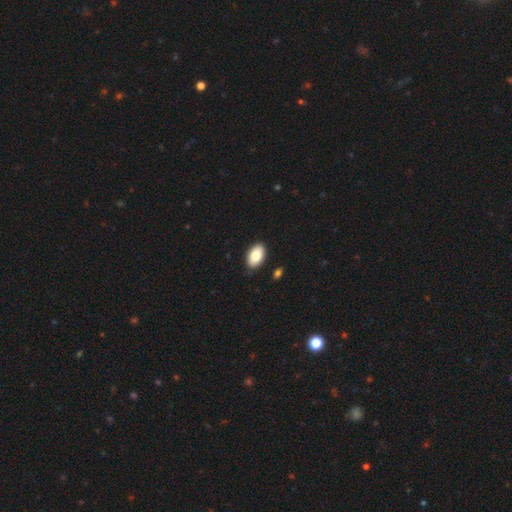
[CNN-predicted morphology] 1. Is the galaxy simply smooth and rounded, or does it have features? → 84% smooth, 10% featured or disk, 6% star or artifact.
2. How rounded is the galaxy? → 94% in between, 5% round, 1% cigar-shaped.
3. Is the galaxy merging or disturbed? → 89% none, 8% minor disturbance, 2% major disturbance, 1% merger.